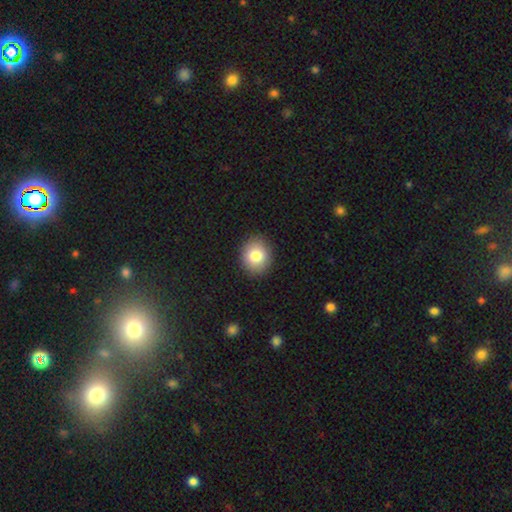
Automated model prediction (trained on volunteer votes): Smooth or featured? smooth (81%)
How rounded? round (70%)
Merging? none (90%)